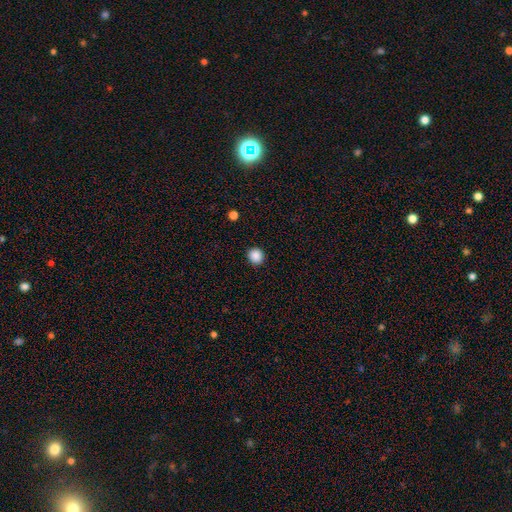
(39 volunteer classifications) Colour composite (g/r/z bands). It shows a smooth galaxy with no disk features (95%) that is round (97%). Merging: none (95%).